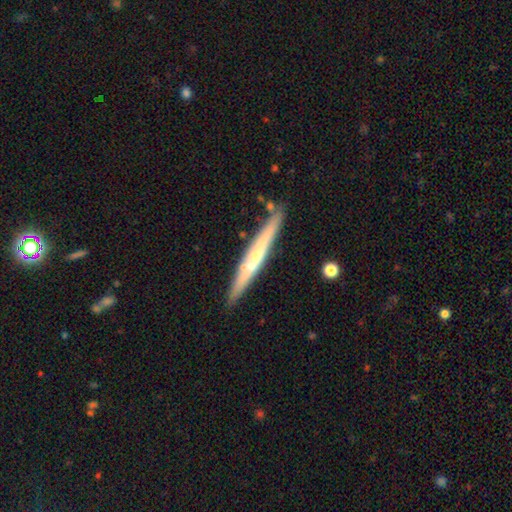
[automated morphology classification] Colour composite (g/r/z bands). It shows a featured or disk galaxy (58%) viewed edge-on (94%) with a rounded central bulge (50%). Merging: none (83%).